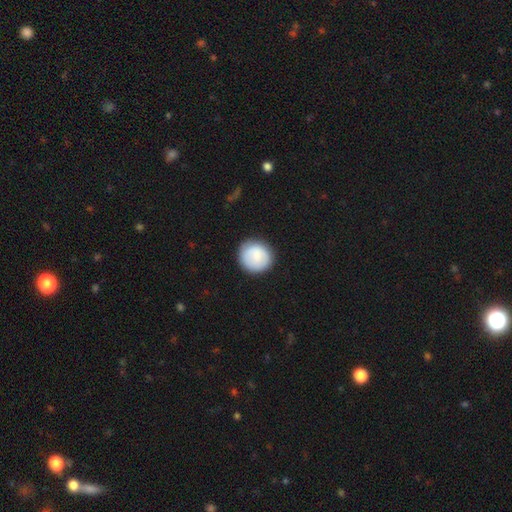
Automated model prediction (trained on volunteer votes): smooth_or_featured: smooth (p=0.83) [alt: featured or disk p=0.10]
how_rounded: round (p=0.91) [alt: in between p=0.08]
merging: none (p=0.86) [alt: minor disturbance p=0.10]